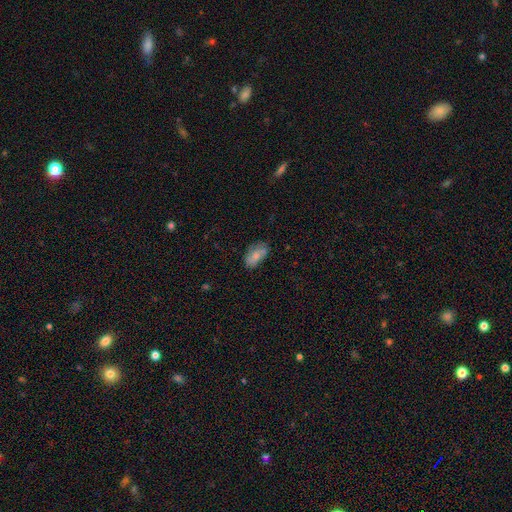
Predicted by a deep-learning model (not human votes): Morphology: type=smooth (61%); roundness=in between (91%); merging=none (70%).